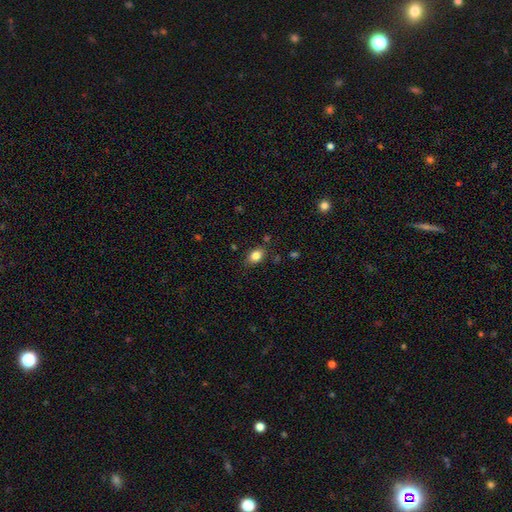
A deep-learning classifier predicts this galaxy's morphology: Overall: smooth (83%). How rounded: in between (78%). Merging: none (80%).